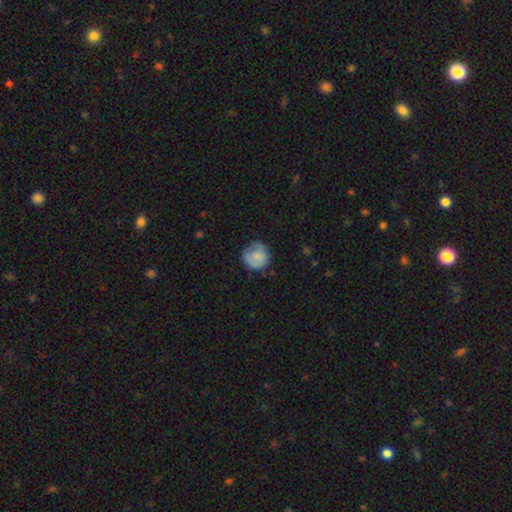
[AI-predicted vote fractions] A smooth galaxy with no disk features (76%) that is round (90%). Merging: none (69%).